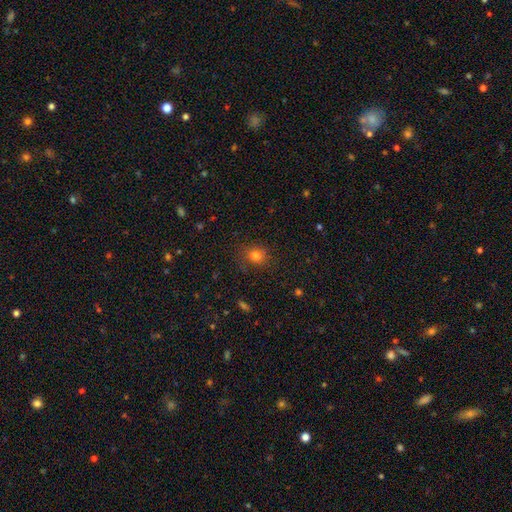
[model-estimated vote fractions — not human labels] A smooth galaxy with no disk features (79%) that is round (72%).

Vote fractions:
- Smooth or featured? smooth: 79% / star or artifact: 14% / featured or disk: 7%
- How rounded? round: 72% / in between: 27% / cigar-shaped: 1%
- Merging? none: 79% / minor disturbance: 14% / major disturbance: 5% / merger: 2%